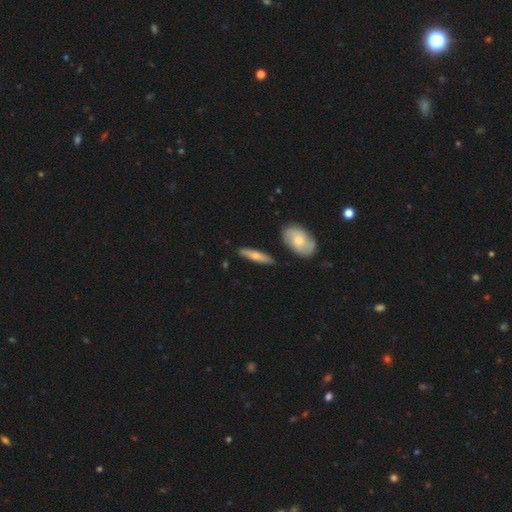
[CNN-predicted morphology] Q: Smooth or featured?
A: smooth (60%); runner-up: featured or disk (35%)
Q: How rounded?
A: cigar-shaped (74%); runner-up: in between (23%)
Q: Merging?
A: none (84%); runner-up: minor disturbance (10%)